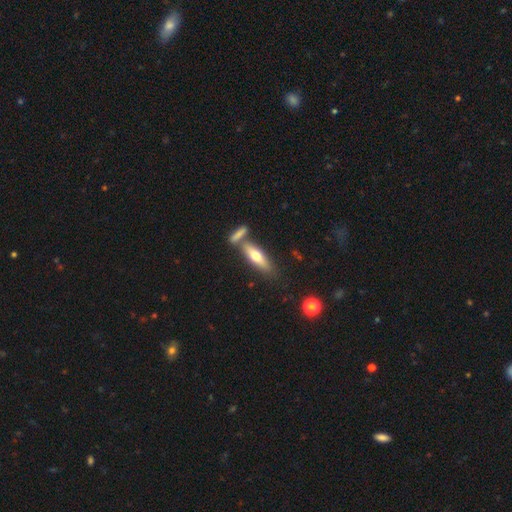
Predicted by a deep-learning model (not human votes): Smooth or featured: smooth — 61% (featured or disk — 33%)
How rounded: cigar-shaped — 57% (in between — 41%)
Merging: none — 62% (merger — 23%)